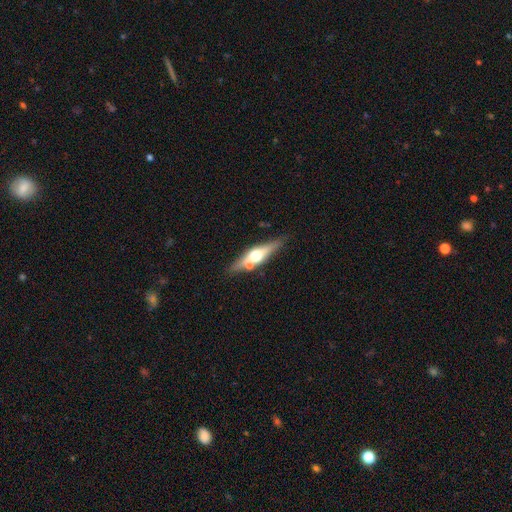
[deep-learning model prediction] A featured or disk galaxy (65%) viewed edge-on (93%) with a rounded central bulge (95%).

Vote fractions:
- Smooth or featured? featured or disk: 65% / smooth: 29% / star or artifact: 6%
- Edge-on disk? yes: 93% / no: 7%
- Edge-on bulge? rounded: 95% / boxy: 4% / none: 2%
- Merging? none: 74% / minor disturbance: 12% / merger: 11% / major disturbance: 3%